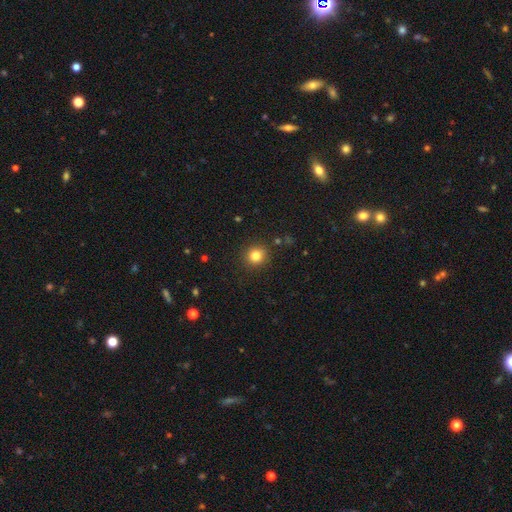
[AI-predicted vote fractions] The model was most divided on "smooth or featured": smooth: 81%, star or artifact: 13%, featured or disk: 6%. More confident: merging — none (89%); how rounded — round (88%).